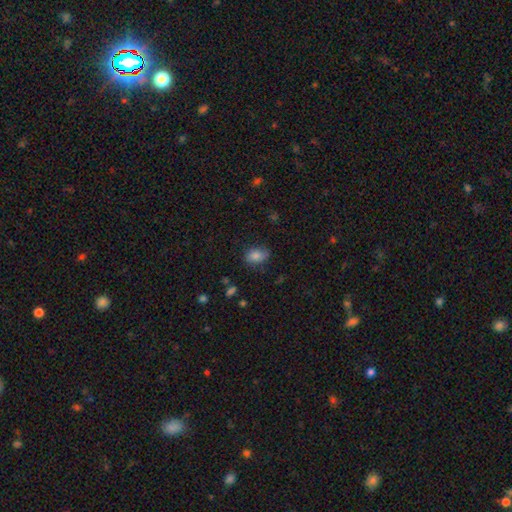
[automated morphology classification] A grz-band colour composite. It shows a smooth galaxy with no disk features (85%) that is in between round and cigar-shaped (79%). Merging: none (77%).